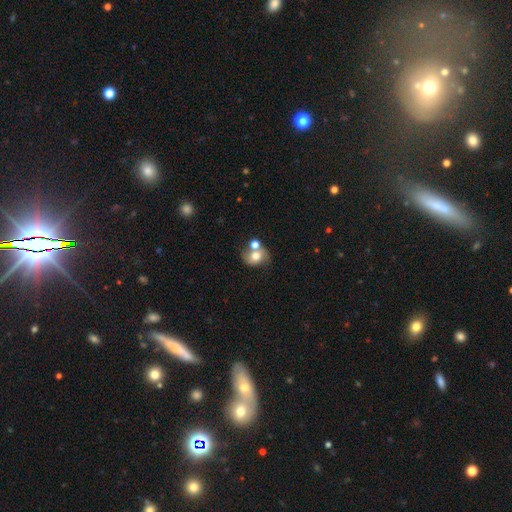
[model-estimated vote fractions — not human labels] smooth 59%, featured or disk 31%, star or artifact 10%. Down the decision tree: how rounded — round (61%); merging — none (45%).